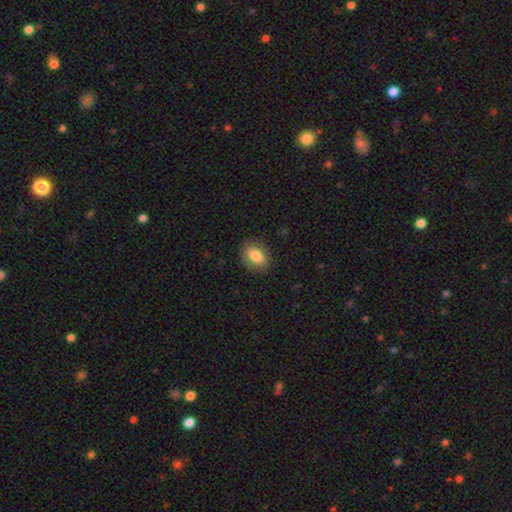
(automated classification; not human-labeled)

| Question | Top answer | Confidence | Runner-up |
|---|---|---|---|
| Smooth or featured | smooth | 79% | featured or disk (13%) |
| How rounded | in between | 69% | round (29%) |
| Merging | none | 85% | minor disturbance (11%) |